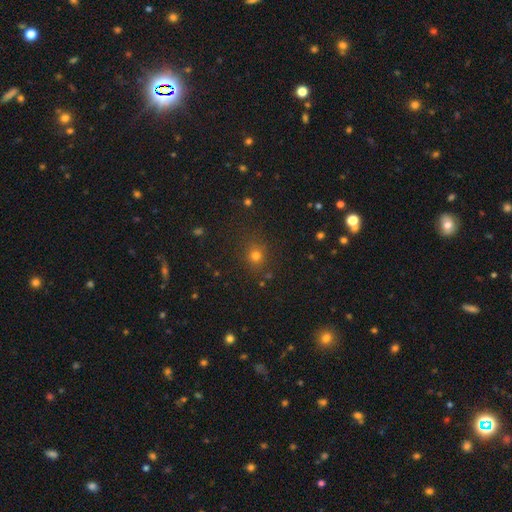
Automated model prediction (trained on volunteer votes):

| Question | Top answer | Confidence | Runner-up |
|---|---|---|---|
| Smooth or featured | smooth | 71% | star or artifact (22%) |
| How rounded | round | 84% | in between (15%) |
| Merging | none | 85% | minor disturbance (9%) |